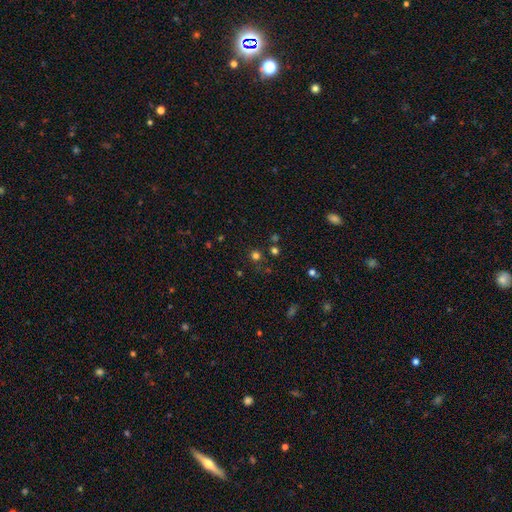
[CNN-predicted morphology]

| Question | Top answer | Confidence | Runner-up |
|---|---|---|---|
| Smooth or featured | smooth | 67% | star or artifact (28%) |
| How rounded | round | 93% | in between (6%) |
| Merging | none | 84% | minor disturbance (8%) |